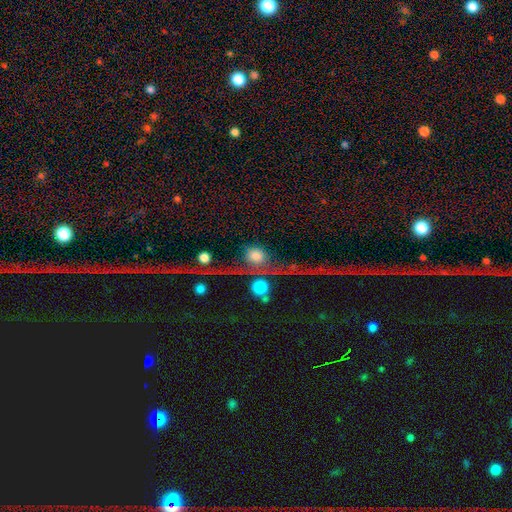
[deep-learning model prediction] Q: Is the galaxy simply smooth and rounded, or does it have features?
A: smooth — 61%.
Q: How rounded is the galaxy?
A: round — 78%.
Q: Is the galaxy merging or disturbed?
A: none — 41%.